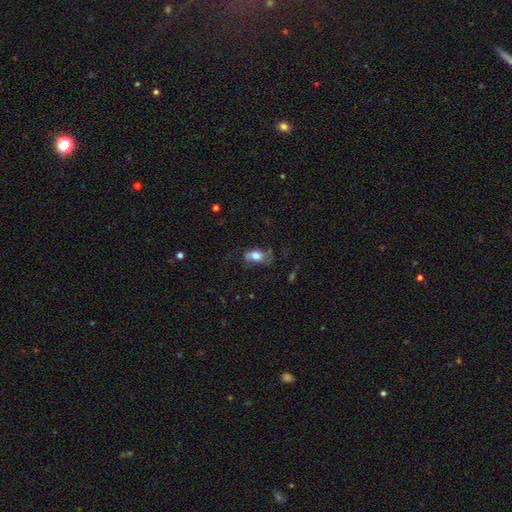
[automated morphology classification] smooth-or-featured: smooth: 69% | featured or disk: 22% | star or artifact: 9%
  how-rounded: in between: 86% | round: 10% | cigar-shaped: 4%
  merging: none: 45% | minor disturbance: 28% | major disturbance: 25% | merger: 2%